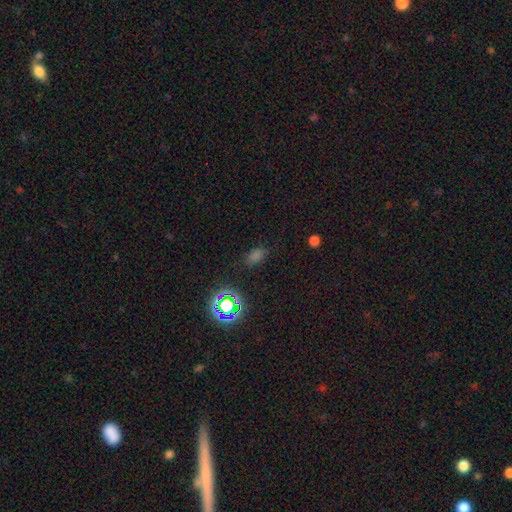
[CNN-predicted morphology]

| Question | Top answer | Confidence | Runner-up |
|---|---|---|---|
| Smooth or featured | smooth | 60% | star or artifact (33%) |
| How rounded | in between | 79% | round (18%) |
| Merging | none | 81% | minor disturbance (13%) |